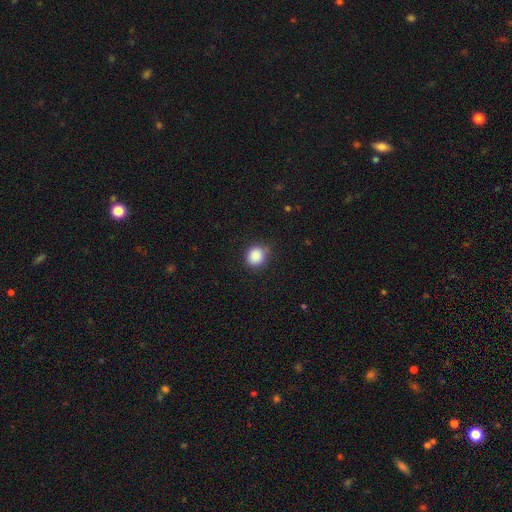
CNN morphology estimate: type=smooth (88%); roundness=round (78%); merging=none (82%).